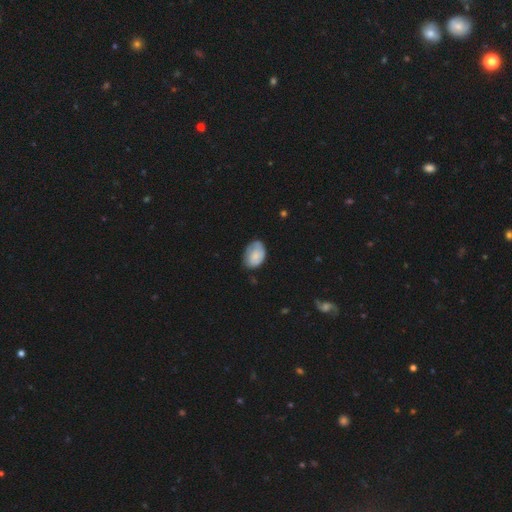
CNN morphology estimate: The model was most divided on "merging": none: 63%, minor disturbance: 29%, major disturbance: 6%, merger: 2%. More confident: how rounded — in between (85%); smooth or featured — smooth (74%).